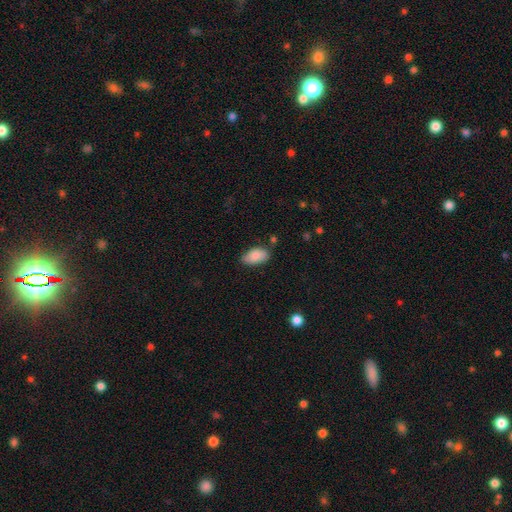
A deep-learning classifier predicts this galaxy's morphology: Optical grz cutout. It shows a smooth galaxy with no disk features (85%) that is in between round and cigar-shaped (94%). Merging: none (74%).